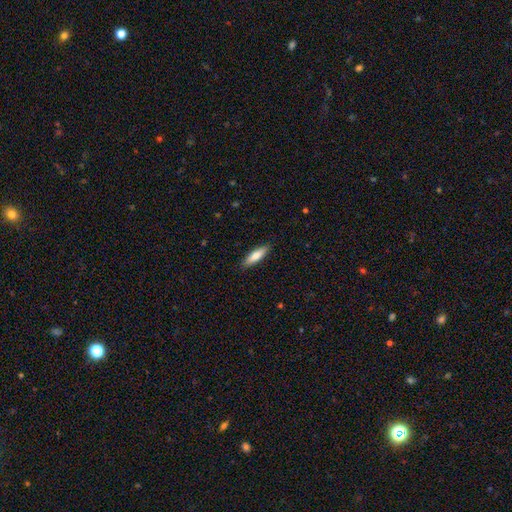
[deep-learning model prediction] This is likely a smooth galaxy (76%). How rounded: likely cigar-shaped (61%). Merging: clearly none (89%).